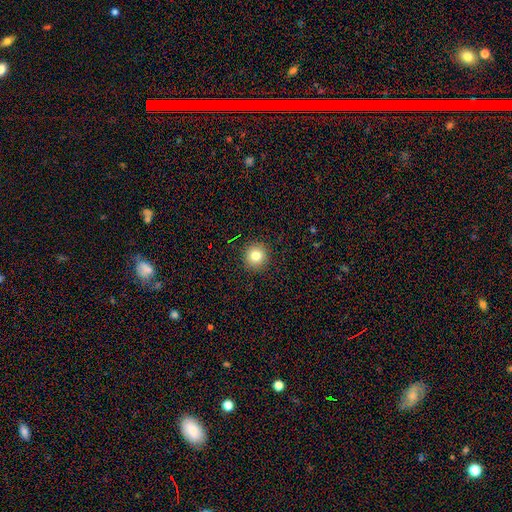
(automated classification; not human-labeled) smooth 81%, star or artifact 12%, featured or disk 8%. Down the decision tree: how rounded — round (94%); merging — none (92%).